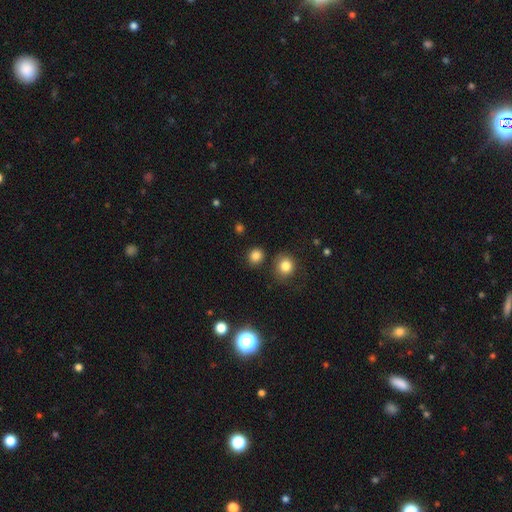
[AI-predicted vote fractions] Q: Smooth or featured?
A: smooth (83%); runner-up: star or artifact (13%)
Q: How rounded?
A: round (82%); runner-up: in between (17%)
Q: Merging?
A: none (83%); runner-up: minor disturbance (9%)